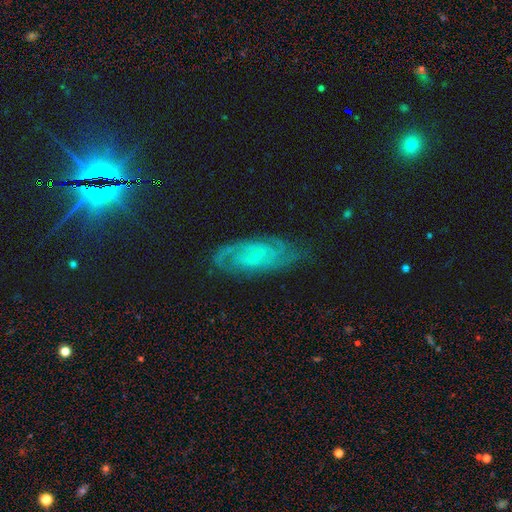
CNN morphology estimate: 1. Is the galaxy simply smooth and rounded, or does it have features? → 78% featured or disk, 13% smooth, 8% star or artifact.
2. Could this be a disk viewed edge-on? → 93% no, 7% yes.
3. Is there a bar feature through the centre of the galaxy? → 54% no, 39% weak, 8% strong.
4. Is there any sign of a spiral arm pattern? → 94% yes, 6% no.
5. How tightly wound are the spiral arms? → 53% tight, 36% medium, 11% loose.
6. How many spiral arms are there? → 45% 2, 30% can't tell, 11% 3, 5% 4, 5% 1, 4% more than 4.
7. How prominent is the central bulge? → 80% small, 13% moderate, 5% none, 1% large, 1% dominant.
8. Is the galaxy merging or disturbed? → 73% none, 19% minor disturbance, 7% major disturbance, 2% merger.